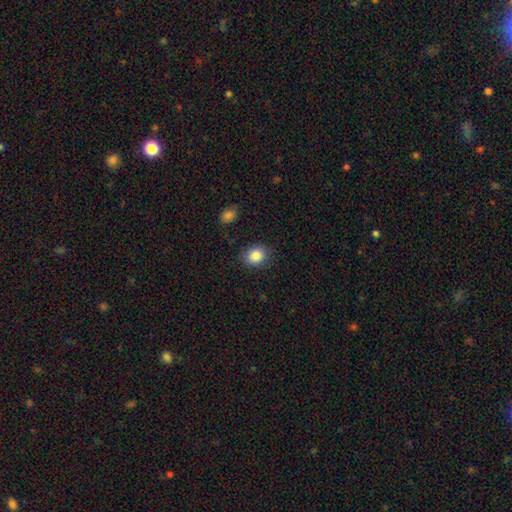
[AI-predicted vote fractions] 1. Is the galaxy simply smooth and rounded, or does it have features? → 86% smooth, 9% star or artifact, 5% featured or disk.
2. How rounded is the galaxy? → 64% round, 35% in between, 1% cigar-shaped.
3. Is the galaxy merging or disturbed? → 83% none, 12% minor disturbance, 3% major disturbance, 2% merger.